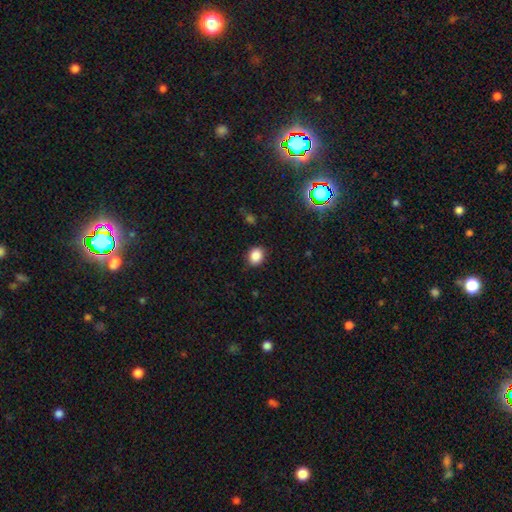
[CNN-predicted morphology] A smooth galaxy with no disk features (86%) that is round (53%).

Vote fractions:
- Smooth or featured? smooth: 86% / star or artifact: 10% / featured or disk: 4%
- How rounded? round: 53% / in between: 46% / cigar-shaped: 1%
- Merging? none: 85% / minor disturbance: 11% / major disturbance: 3% / merger: 1%